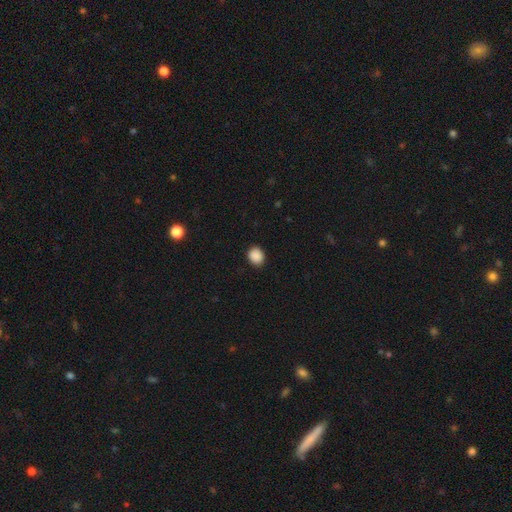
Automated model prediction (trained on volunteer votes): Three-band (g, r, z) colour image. It shows a smooth galaxy with no disk features (89%) that is round (68%). Merging: none (88%).